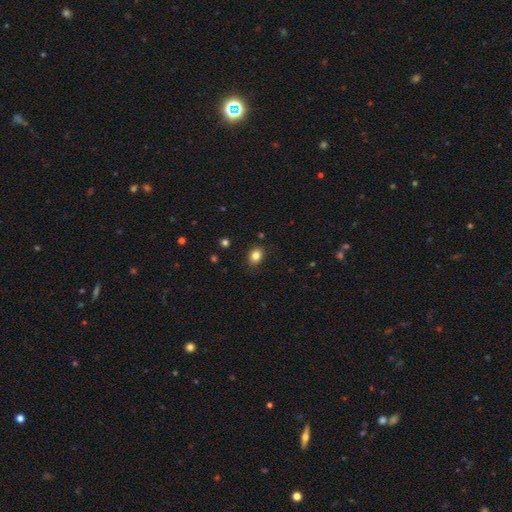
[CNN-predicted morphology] smooth 83%, star or artifact 10%, featured or disk 7%. Down the decision tree: how rounded — in between (59%); merging — none (86%).